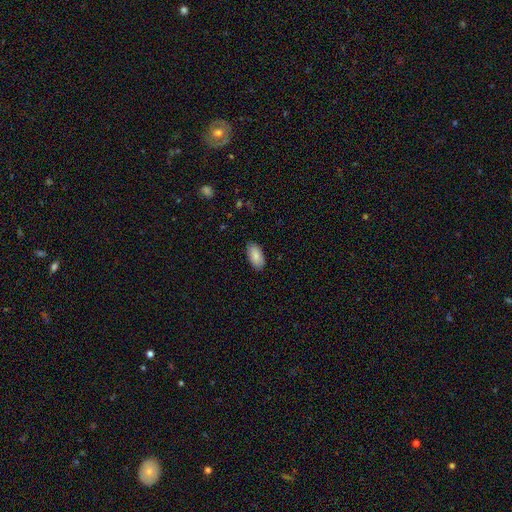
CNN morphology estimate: Smooth or featured? Predicted: smooth (p=0.87). How rounded? Predicted: in between (p=0.95). Merging? Predicted: none (p=0.87).